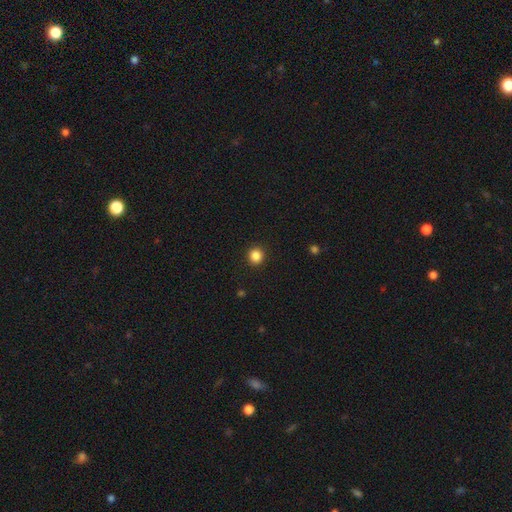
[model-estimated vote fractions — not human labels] A smooth galaxy with no disk features (86%) that is round (92%). Merging: none (92%).